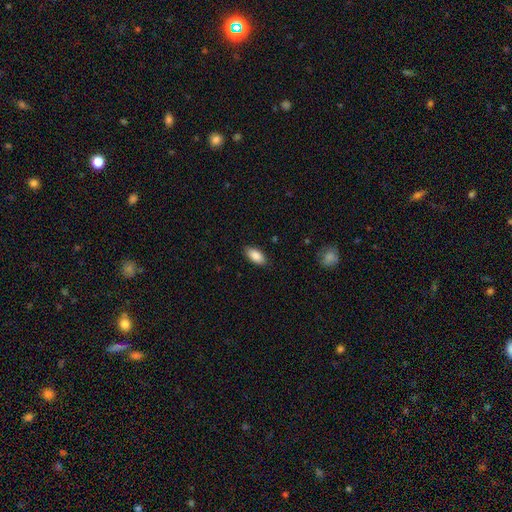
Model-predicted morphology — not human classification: Smooth or featured?
  - smooth: 88% *
  - star or artifact: 7%
  - featured or disk: 5%
How rounded?
  - in between: 91% *
  - cigar-shaped: 6%
  - round: 2%
Merging?
  - none: 87% *
  - minor disturbance: 10%
  - major disturbance: 2%
  - merger: 1%